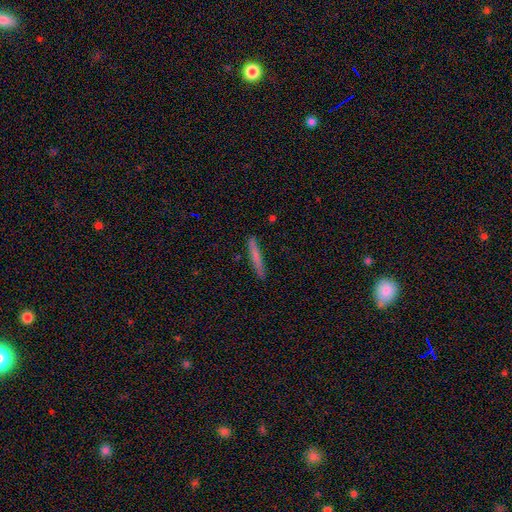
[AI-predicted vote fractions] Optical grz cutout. It shows a smooth galaxy with no disk features (69%) that is cigar-shaped (96%). Merging: none (87%).